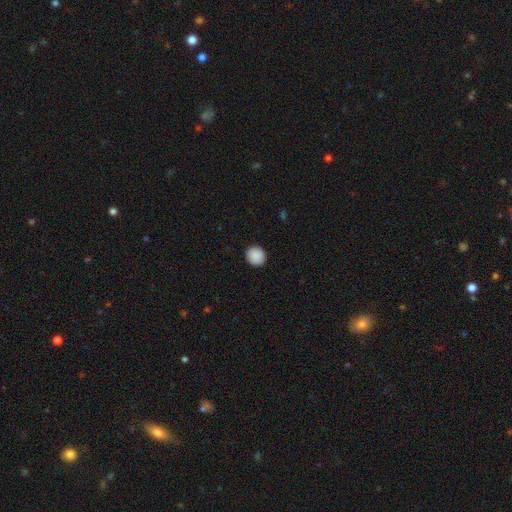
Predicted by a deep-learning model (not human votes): The model was most divided on "how rounded": round: 89%, in between: 10%, cigar-shaped: 1%. More confident: merging — none (91%); smooth or featured — smooth (90%).